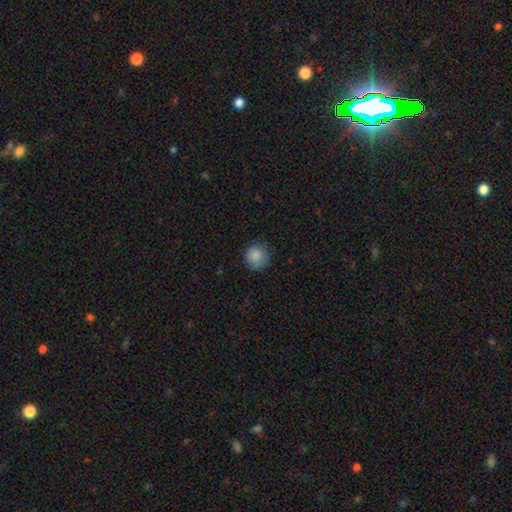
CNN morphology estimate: A smooth galaxy with no disk features (86%) that is round (93%). Merging: none (79%).